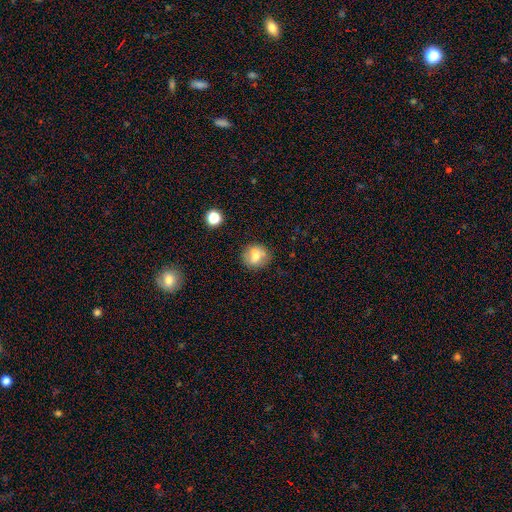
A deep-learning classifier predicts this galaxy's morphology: smooth_or_featured: smooth (p=0.66) [alt: featured or disk p=0.23]
how_rounded: round (p=0.79) [alt: in between p=0.20]
merging: none (p=0.72) [alt: minor disturbance p=0.16]